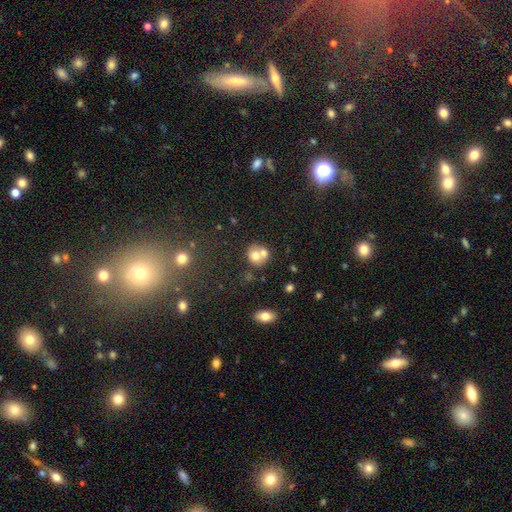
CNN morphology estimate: Smooth or featured? smooth (66%)
How rounded? round (74%)
Merging? merger (54%)